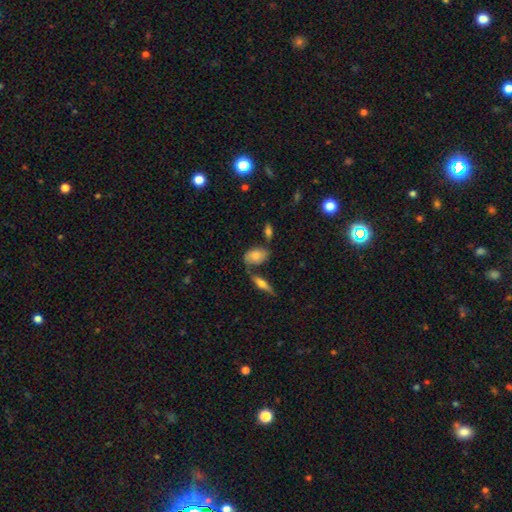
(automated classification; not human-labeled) A smooth galaxy with no disk features (63%) that is in between round and cigar-shaped (85%).

Vote fractions:
- Smooth or featured? smooth: 63% / featured or disk: 28% / star or artifact: 9%
- How rounded? in between: 85% / round: 10% / cigar-shaped: 5%
- Merging? none: 52% / minor disturbance: 22% / merger: 18% / major disturbance: 8%